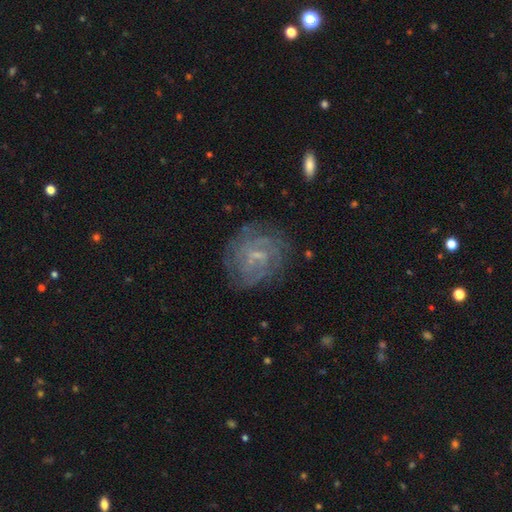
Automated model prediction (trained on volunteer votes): Smooth or featured? featured or disk (70%)
Edge-on disk? no (97%)
Bar? weak (56%)
Spiral arms? yes (81%)
Spiral winding? tight (60%)
Spiral arm count? can't tell (54%)
Bulge size? small (60%)
Merging? none (74%)